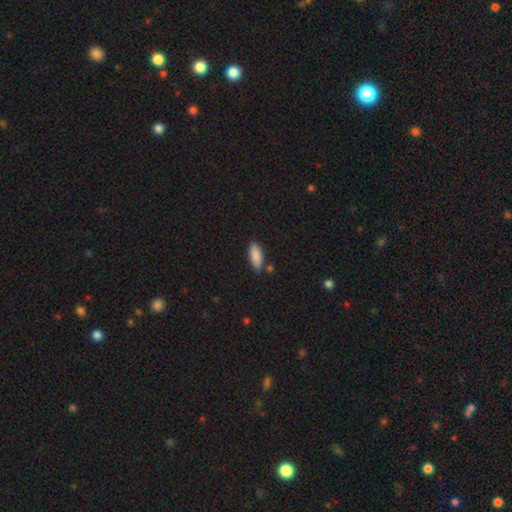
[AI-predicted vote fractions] A smooth galaxy with no disk features (88%) that is in between round and cigar-shaped (69%).

Vote fractions:
- Smooth or featured? smooth: 88% / featured or disk: 6% / star or artifact: 6%
- How rounded? in between: 69% / cigar-shaped: 29% / round: 2%
- Merging? none: 81% / minor disturbance: 13% / merger: 3% / major disturbance: 2%